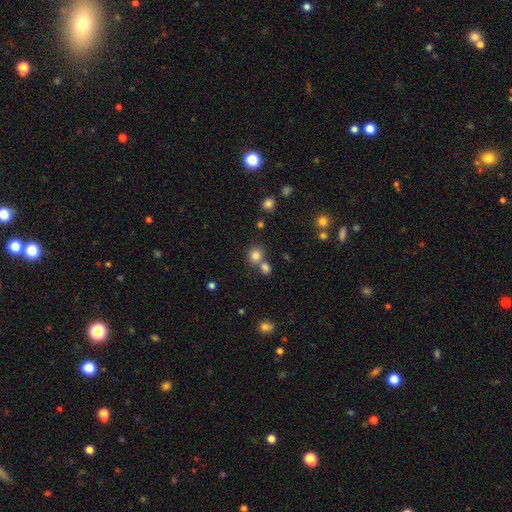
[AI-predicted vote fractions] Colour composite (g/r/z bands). It shows a smooth galaxy with no disk features (80%) that is round (82%). Merging: none (60%).